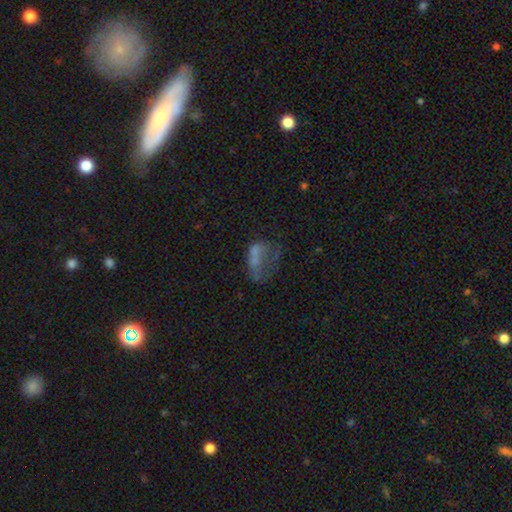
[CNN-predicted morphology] smooth-or-featured: smooth: 46% | featured or disk: 37% | star or artifact: 17%
  merging: major disturbance: 43% | none: 24% | merger: 17% | minor disturbance: 16%